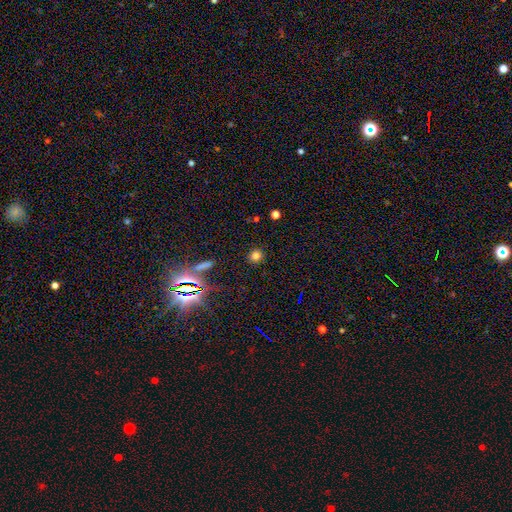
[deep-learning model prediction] Smooth or featured? Predicted: smooth (p=0.73). How rounded? Predicted: round (p=0.88). Merging? Predicted: none (p=0.89).